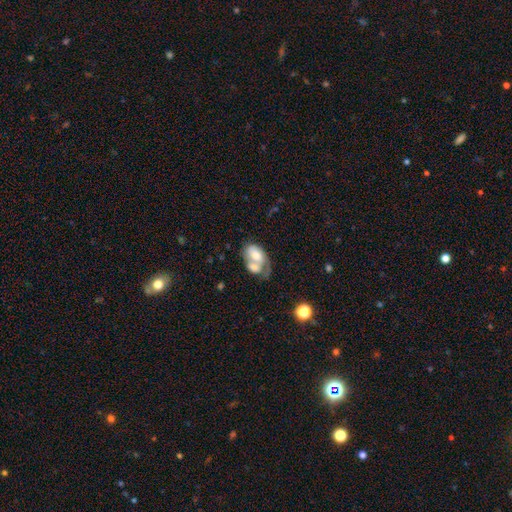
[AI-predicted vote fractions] The model was most divided on "smooth or featured": smooth: 55%, featured or disk: 38%, star or artifact: 7%. More confident: how rounded — in between (87%); merging — merger (65%).